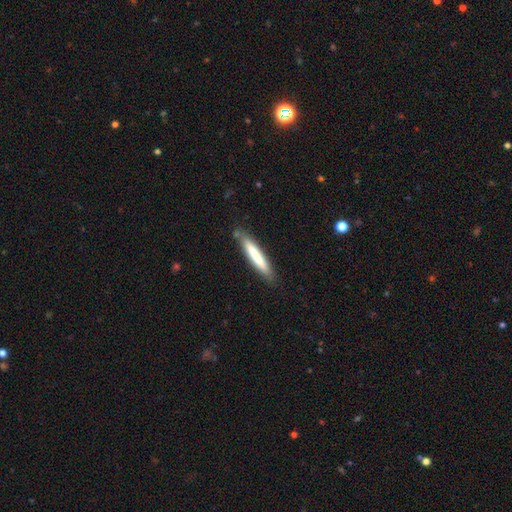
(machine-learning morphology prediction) smooth-or-featured: smooth: 73% | featured or disk: 22% | star or artifact: 5%
  how-rounded: cigar-shaped: 92% | in between: 7% | round: 1%
  merging: none: 83% | minor disturbance: 12% | merger: 3% | major disturbance: 2%